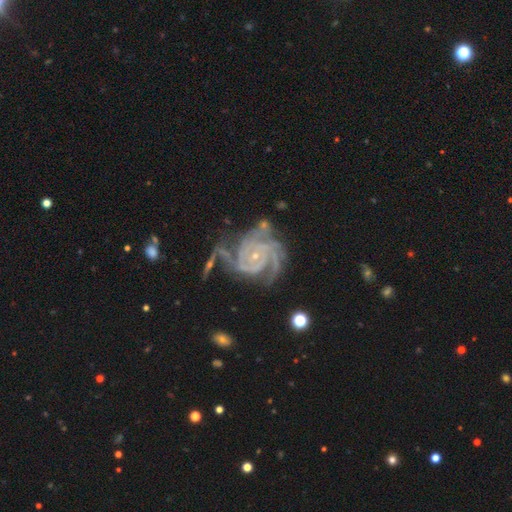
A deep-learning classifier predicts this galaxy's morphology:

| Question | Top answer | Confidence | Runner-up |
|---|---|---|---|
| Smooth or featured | featured or disk | 92% | star or artifact (5%) |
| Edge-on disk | no | 98% | yes (2%) |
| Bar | no | 68% | weak (23%) |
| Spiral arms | yes | 99% | no (1%) |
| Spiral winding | tight | 67% | medium (29%) |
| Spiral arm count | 3 | 42% | 4 (24%) |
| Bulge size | small | 80% | moderate (16%) |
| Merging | none | 51% | minor disturbance (24%) |